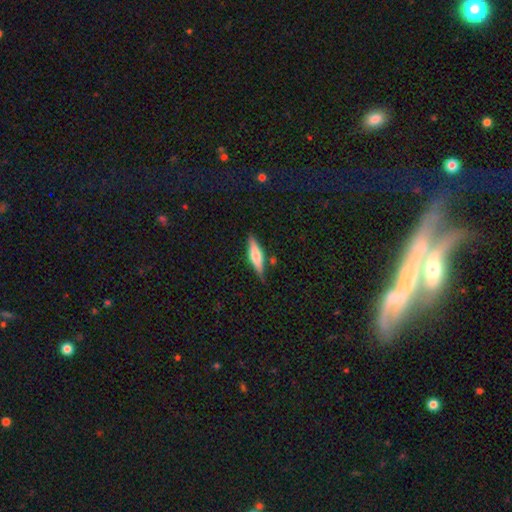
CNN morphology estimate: Q: Smooth or featured?
A: smooth (51%); runner-up: featured or disk (43%)
Q: How rounded?
A: cigar-shaped (65%); runner-up: in between (33%)
Q: Merging?
A: none (78%); runner-up: minor disturbance (15%)